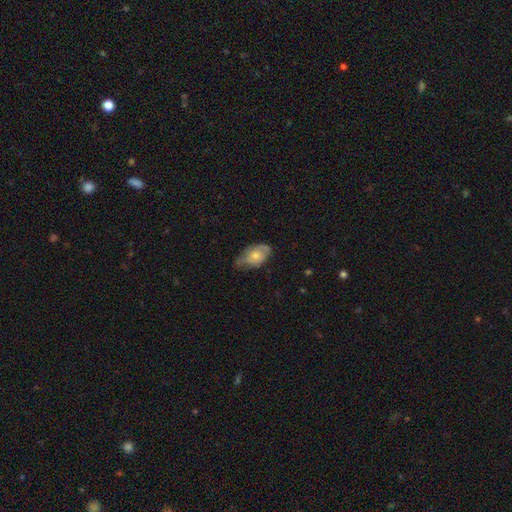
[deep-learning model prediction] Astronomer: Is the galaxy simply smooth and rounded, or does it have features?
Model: smooth — 57% (runner-up: featured or disk, 37%).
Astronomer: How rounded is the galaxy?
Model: in between — 90%.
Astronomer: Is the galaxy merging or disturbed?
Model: none — 44% (runner-up: minor disturbance, 41%).